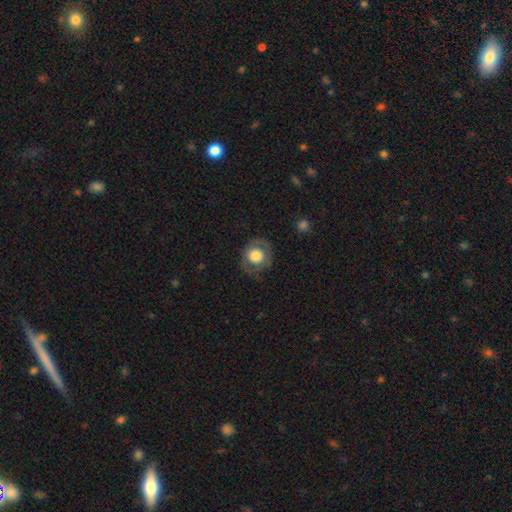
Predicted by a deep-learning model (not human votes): Q: Smooth or featured?
A: smooth (61%); runner-up: featured or disk (32%)
Q: How rounded?
A: round (85%); runner-up: in between (14%)
Q: Merging?
A: none (75%); runner-up: minor disturbance (15%)